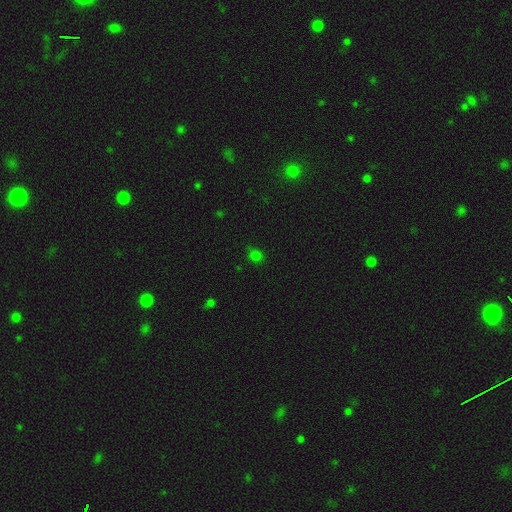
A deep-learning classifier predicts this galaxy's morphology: Smooth or featured? Predicted: smooth (p=0.70). How rounded? Predicted: round (p=0.75). Merging? Predicted: none (p=0.82).